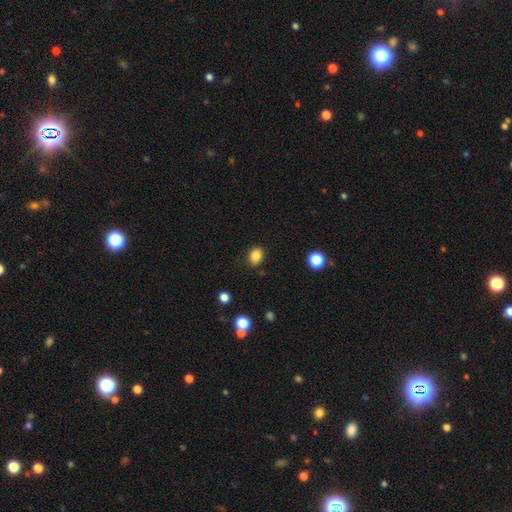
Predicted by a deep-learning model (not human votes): Smooth or featured? smooth (84%)
How rounded? in between (55%)
Merging? none (86%)